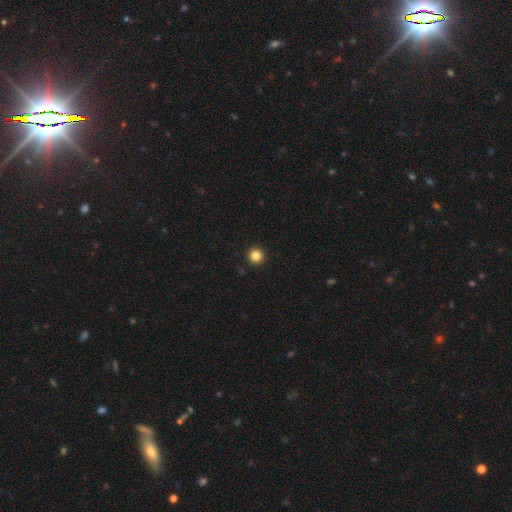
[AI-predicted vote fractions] A smooth galaxy with no disk features (84%) that is round (95%). Merging: none (93%).